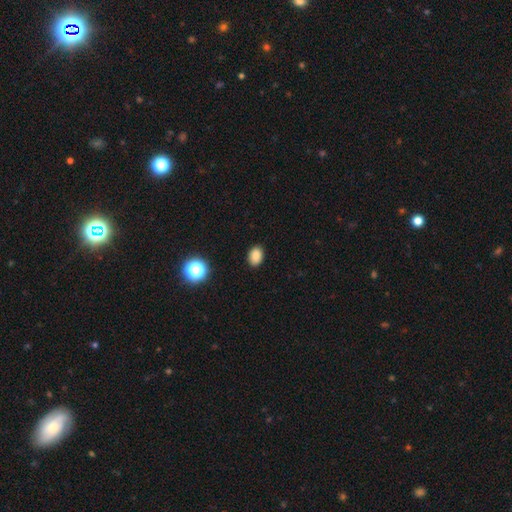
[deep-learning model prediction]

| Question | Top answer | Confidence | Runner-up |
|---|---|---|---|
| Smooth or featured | smooth | 85% | star or artifact (12%) |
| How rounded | in between | 72% | round (27%) |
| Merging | none | 88% | minor disturbance (8%) |